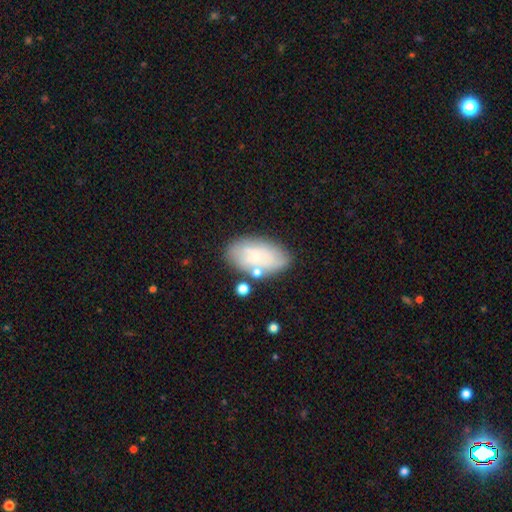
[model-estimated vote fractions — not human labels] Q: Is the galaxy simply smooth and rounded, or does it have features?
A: smooth — 61%.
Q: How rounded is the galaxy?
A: in between — 93%.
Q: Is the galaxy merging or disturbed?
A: none — 64%.